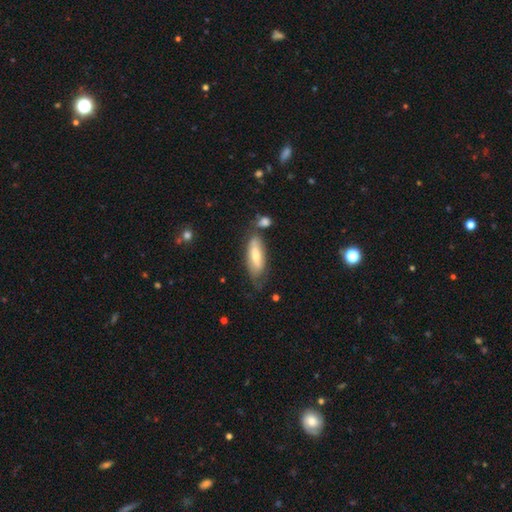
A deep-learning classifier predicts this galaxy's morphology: Smooth or featured? smooth (58%)
How rounded? in between (62%)
Merging? none (54%)